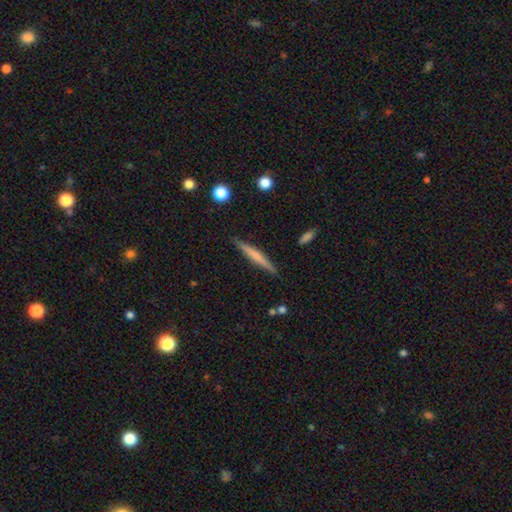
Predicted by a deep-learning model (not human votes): Smooth or featured? Predicted: smooth (p=0.49). Merging? Predicted: none (p=0.89).